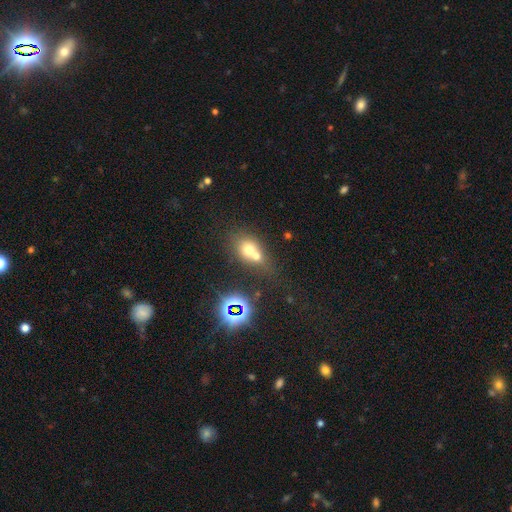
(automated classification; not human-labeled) smooth-or-featured: smooth: 62% | featured or disk: 20% | star or artifact: 18%
  how-rounded: round: 58% | in between: 40% | cigar-shaped: 2%
  merging: merger: 61% | none: 27% | minor disturbance: 7% | major disturbance: 4%